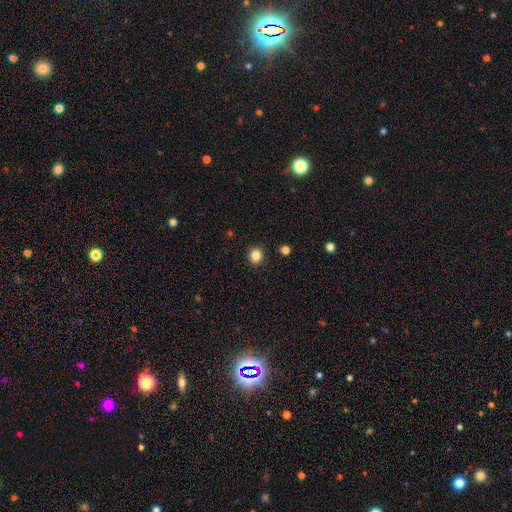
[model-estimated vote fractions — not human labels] Morphology: type=smooth (85%); roundness=round (72%); merging=none (91%).